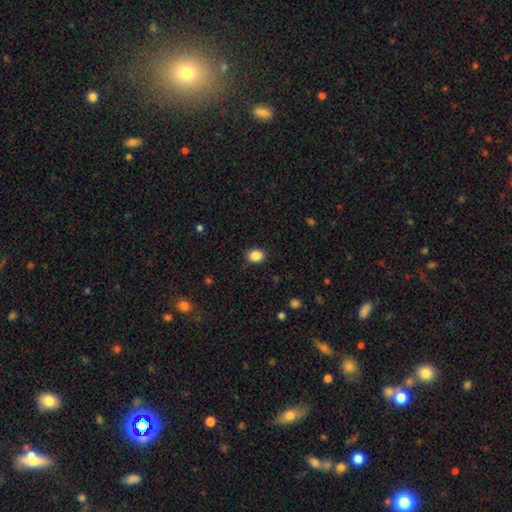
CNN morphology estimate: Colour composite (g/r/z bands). It shows a smooth galaxy with no disk features (87%) that is in between round and cigar-shaped (57%). Merging: none (89%).